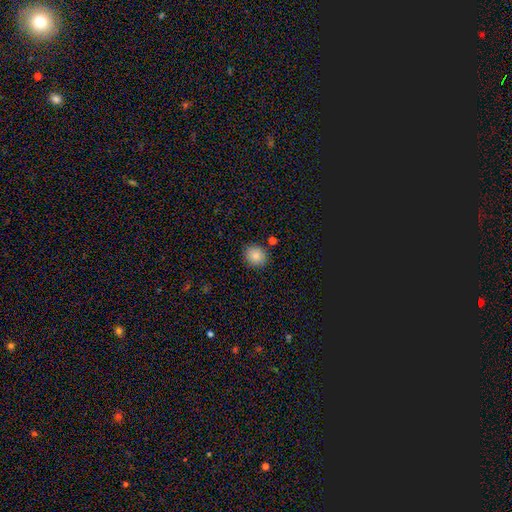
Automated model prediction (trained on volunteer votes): smooth-or-featured: smooth: 85% | star or artifact: 9% | featured or disk: 6%
  how-rounded: round: 74% | in between: 25% | cigar-shaped: 1%
  merging: none: 85% | minor disturbance: 9% | merger: 3% | major disturbance: 2%